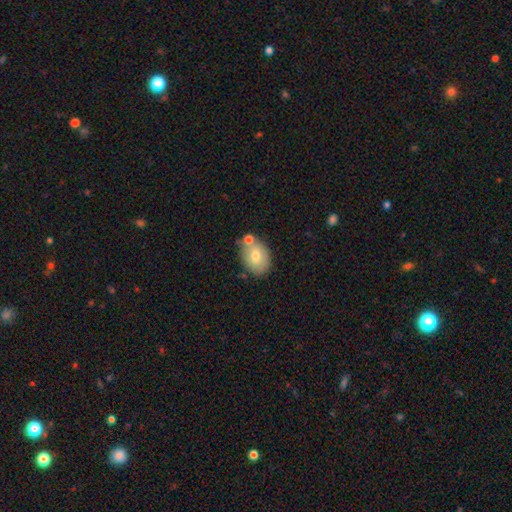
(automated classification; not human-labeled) Smooth or featured?
  - smooth: 72% *
  - featured or disk: 20%
  - star or artifact: 8%
How rounded?
  - in between: 72% *
  - round: 27%
  - cigar-shaped: 1%
Merging?
  - none: 61% *
  - merger: 19%
  - minor disturbance: 16%
  - major disturbance: 4%